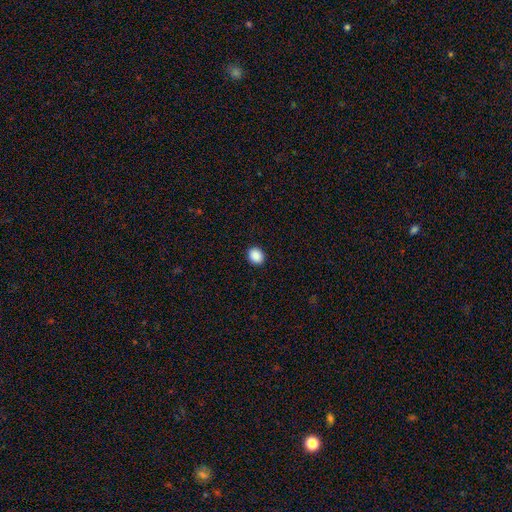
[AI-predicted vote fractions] Smooth or featured: smooth — 89% (star or artifact — 8%)
How rounded: round — 64% (in between — 35%)
Merging: none — 92% (minor disturbance — 5%)